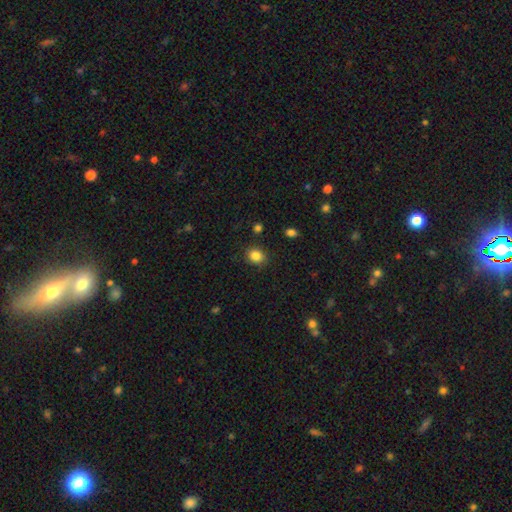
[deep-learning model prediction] smooth-or-featured: smooth: 85% | star or artifact: 10% | featured or disk: 5%
  how-rounded: round: 64% | in between: 36% | cigar-shaped: 1%
  merging: none: 87% | minor disturbance: 9% | major disturbance: 3% | merger: 2%